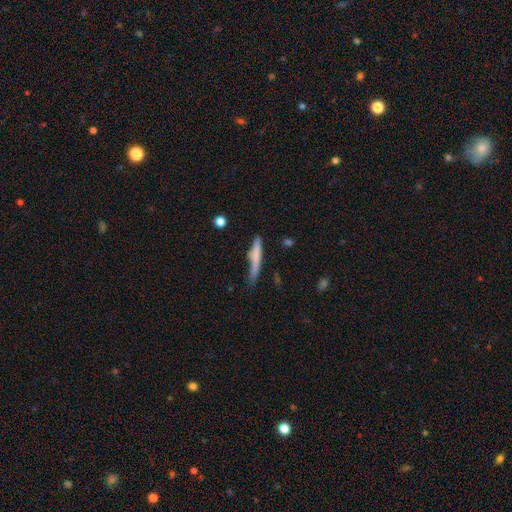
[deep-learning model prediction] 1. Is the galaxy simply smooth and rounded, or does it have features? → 67% smooth, 26% featured or disk, 6% star or artifact.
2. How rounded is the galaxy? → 93% cigar-shaped, 5% in between, 2% round.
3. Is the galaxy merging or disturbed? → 55% none, 30% minor disturbance, 9% major disturbance, 6% merger.